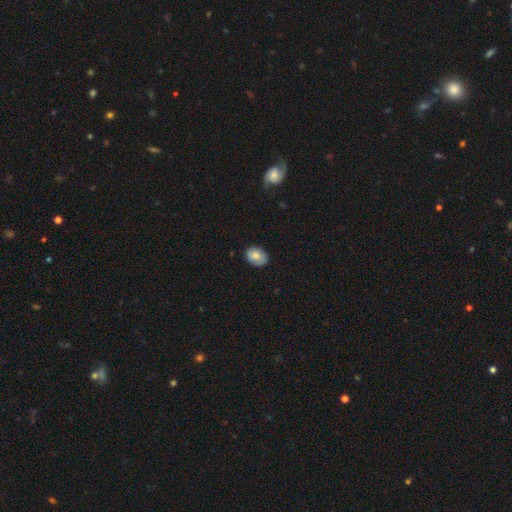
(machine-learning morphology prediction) type=smooth (75%); roundness=in between (62%); merging=none (77%).